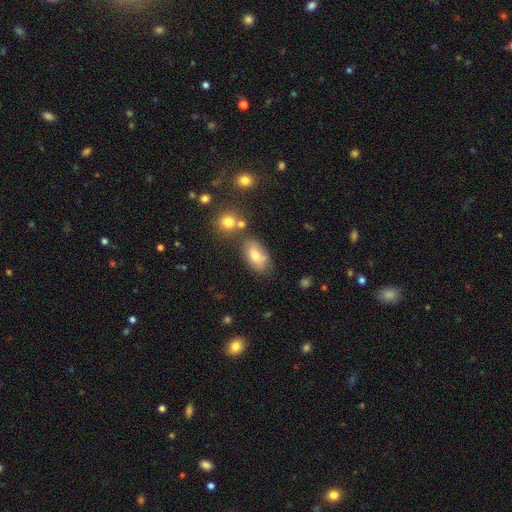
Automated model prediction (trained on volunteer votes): Smooth or featured? smooth (74%)
How rounded? in between (90%)
Merging? none (61%)